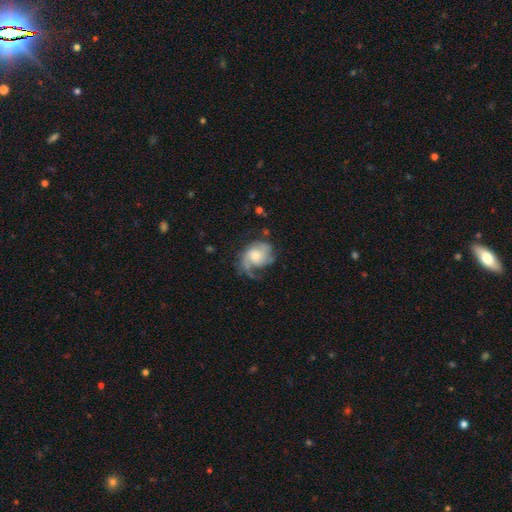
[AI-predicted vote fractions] Smooth or featured: featured or disk — 73% (smooth — 20%)
Edge-on disk: no — 98% (yes — 2%)
Bar: no — 70% (weak — 26%)
Spiral arms: yes — 91% (no — 9%)
Spiral winding: medium — 41% (loose — 32%)
Spiral arm count: 1 — 41% (2 — 30%)
Bulge size: moderate — 53% (small — 28%)
Merging: none — 44% (major disturbance — 30%)